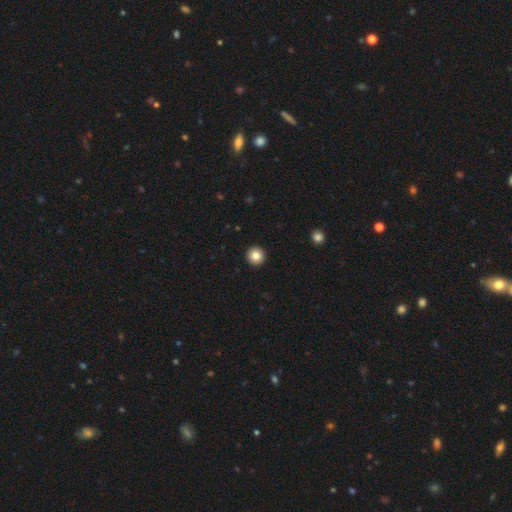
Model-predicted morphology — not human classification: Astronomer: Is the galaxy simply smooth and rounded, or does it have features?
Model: smooth — 83%.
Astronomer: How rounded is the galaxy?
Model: round — 96%.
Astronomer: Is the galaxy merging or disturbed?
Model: none — 94%.